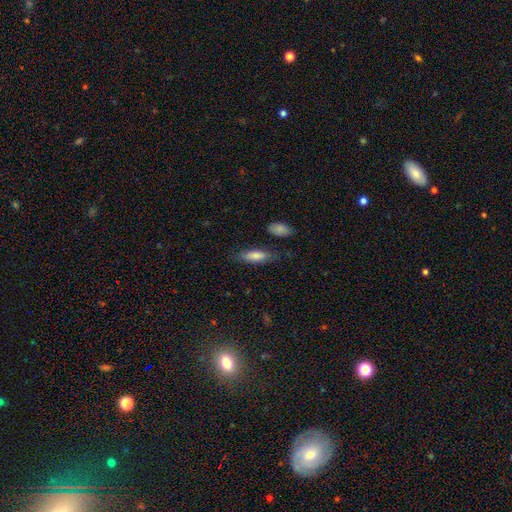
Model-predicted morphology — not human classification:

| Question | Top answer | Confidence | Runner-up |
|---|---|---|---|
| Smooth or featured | smooth | 79% | featured or disk (15%) |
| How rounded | in between | 56% | cigar-shaped (43%) |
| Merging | none | 76% | minor disturbance (16%) |